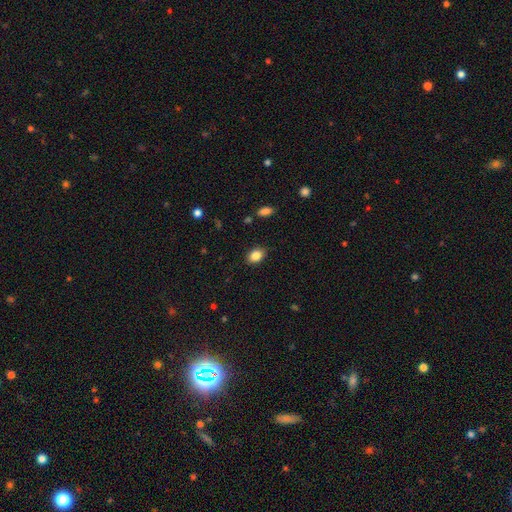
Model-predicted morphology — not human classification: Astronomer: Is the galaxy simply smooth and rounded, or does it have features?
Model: smooth — 85%.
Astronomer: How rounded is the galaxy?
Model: in between — 71%.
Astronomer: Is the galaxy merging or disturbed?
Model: none — 86%.